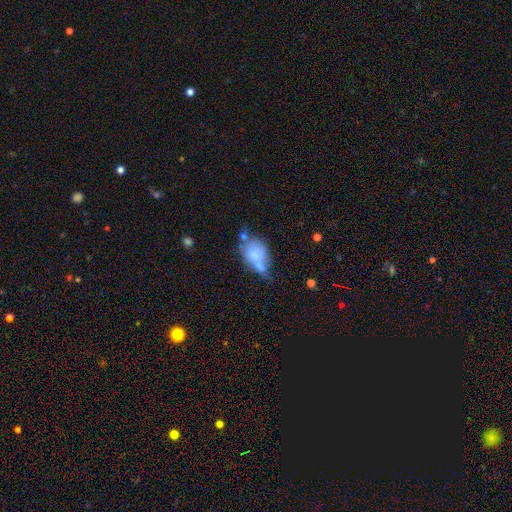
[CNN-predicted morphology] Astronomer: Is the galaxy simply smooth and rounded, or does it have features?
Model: smooth — 68%.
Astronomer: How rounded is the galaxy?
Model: in between — 72%.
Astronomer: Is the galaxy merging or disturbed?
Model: merger — 36% (runner-up: none, 28%).